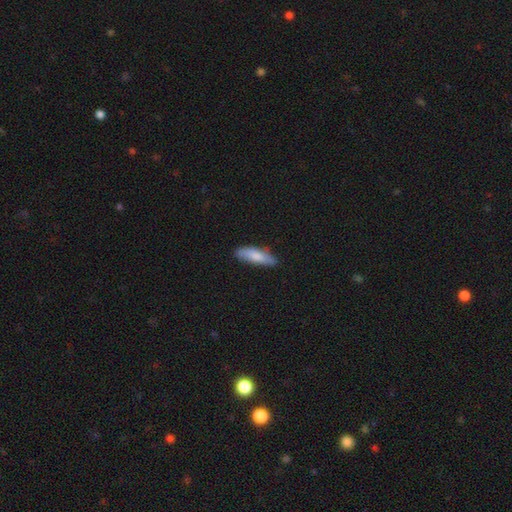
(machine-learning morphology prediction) A smooth galaxy with no disk features (78%) that is cigar-shaped (55%).

Vote fractions:
- Smooth or featured? smooth: 78% / featured or disk: 16% / star or artifact: 6%
- How rounded? cigar-shaped: 55% / in between: 43% / round: 2%
- Merging? none: 78% / minor disturbance: 18% / major disturbance: 3% / merger: 1%